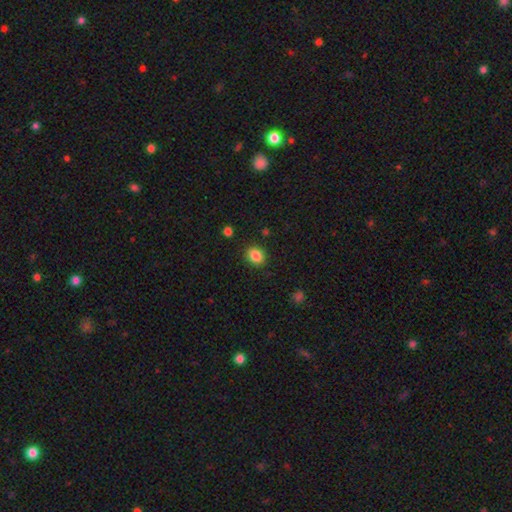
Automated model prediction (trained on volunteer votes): Morphology: type=smooth (85%); roundness=round (63%); merging=none (89%).